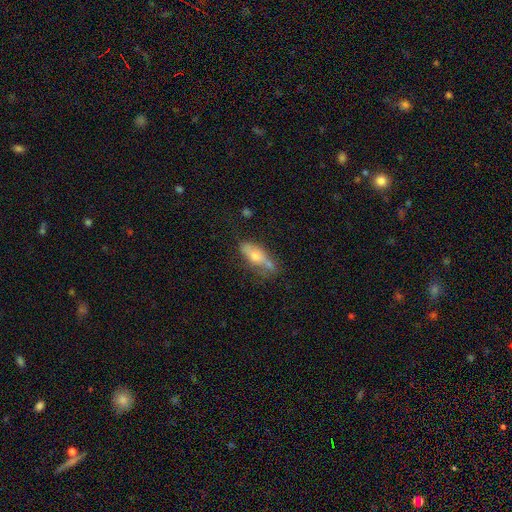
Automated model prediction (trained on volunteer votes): smooth 56%, featured or disk 36%, star or artifact 8%. Down the decision tree: how rounded — in between (64%); merging — none (49%).